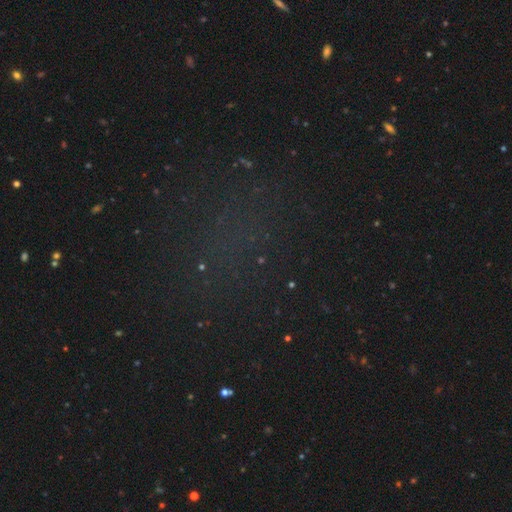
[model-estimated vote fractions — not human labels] Smooth or featured?
  - star or artifact: 65% *
  - smooth: 22%
  - featured or disk: 13%